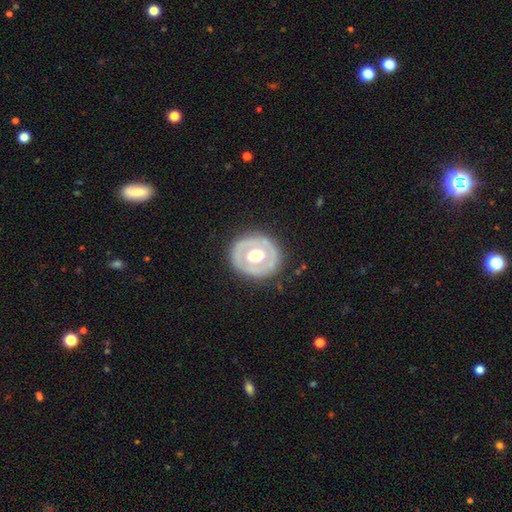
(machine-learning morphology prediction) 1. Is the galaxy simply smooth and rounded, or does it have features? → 58% featured or disk, 37% smooth, 5% star or artifact.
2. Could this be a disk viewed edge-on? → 95% no, 5% yes.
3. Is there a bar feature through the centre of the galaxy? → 78% no, 16% weak, 6% strong.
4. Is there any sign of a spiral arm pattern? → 87% no, 13% yes.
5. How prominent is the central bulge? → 58% moderate, 36% large, 3% small, 2% dominant, 1% none.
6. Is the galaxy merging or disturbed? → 82% none, 13% minor disturbance, 4% major disturbance, 1% merger.